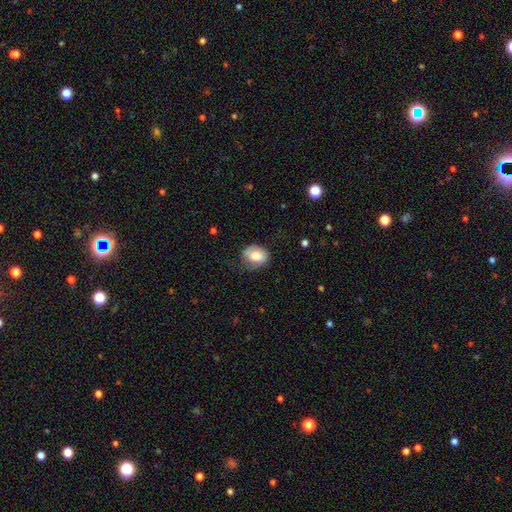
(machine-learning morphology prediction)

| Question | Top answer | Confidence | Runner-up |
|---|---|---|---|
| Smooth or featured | smooth | 73% | featured or disk (20%) |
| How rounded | in between | 58% | round (41%) |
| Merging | none | 58% | minor disturbance (29%) |